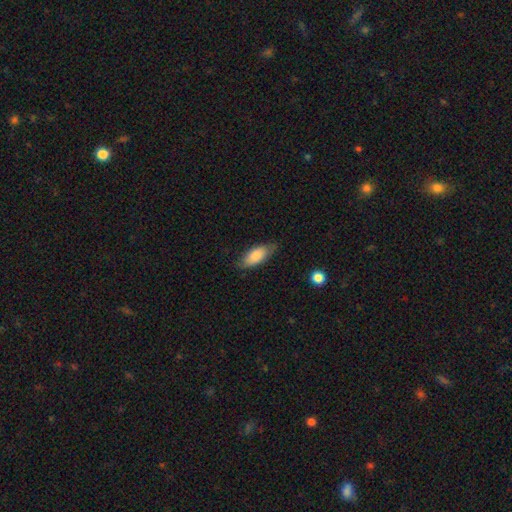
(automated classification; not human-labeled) This is clearly a smooth galaxy (82%). How rounded: clearly in between (84%). Merging: likely none (72%).